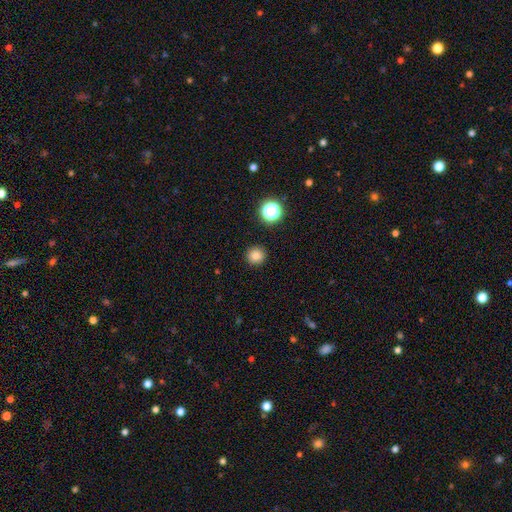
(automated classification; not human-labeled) smooth_or_featured: smooth (p=0.82) [alt: star or artifact p=0.14]
how_rounded: round (p=0.94) [alt: in between p=0.05]
merging: none (p=0.91) [alt: minor disturbance p=0.06]